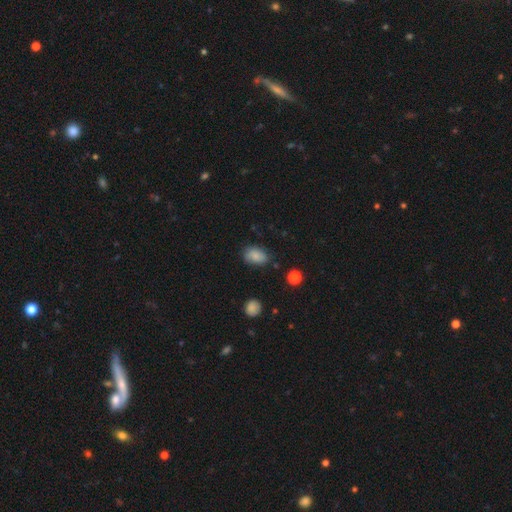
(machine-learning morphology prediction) A smooth galaxy with no disk features (81%) that is in between round and cigar-shaped (85%).

Vote fractions:
- Smooth or featured? smooth: 81% / featured or disk: 10% / star or artifact: 9%
- How rounded? in between: 85% / round: 14% / cigar-shaped: 2%
- Merging? none: 70% / minor disturbance: 23% / major disturbance: 5% / merger: 2%